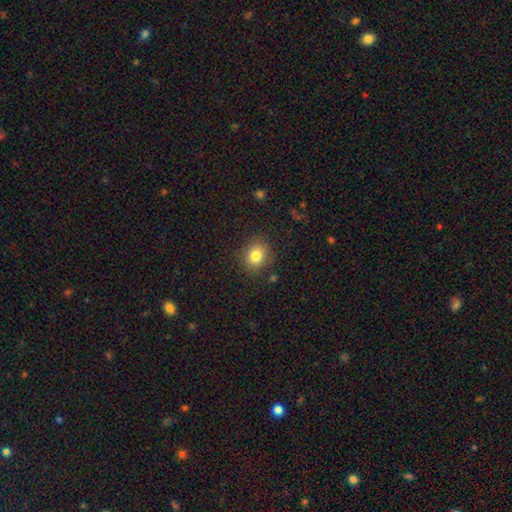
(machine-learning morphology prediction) Smooth or featured? Predicted: smooth (p=0.81). How rounded? Predicted: round (p=0.60). Merging? Predicted: none (p=0.85).